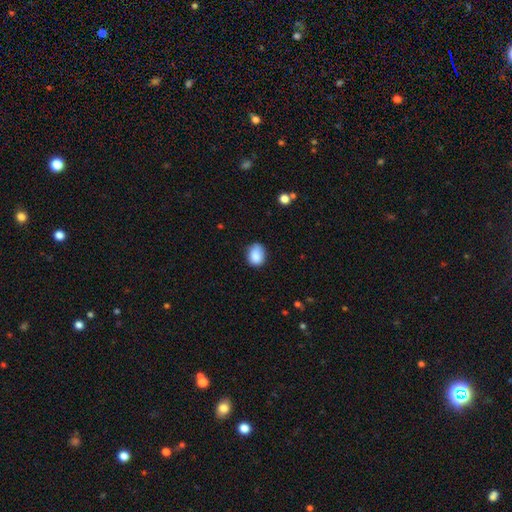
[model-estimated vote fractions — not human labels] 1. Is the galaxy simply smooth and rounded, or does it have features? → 86% smooth, 9% star or artifact, 5% featured or disk.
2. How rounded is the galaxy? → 56% in between, 43% round, 1% cigar-shaped.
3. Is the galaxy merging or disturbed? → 70% none, 24% minor disturbance, 4% major disturbance, 2% merger.